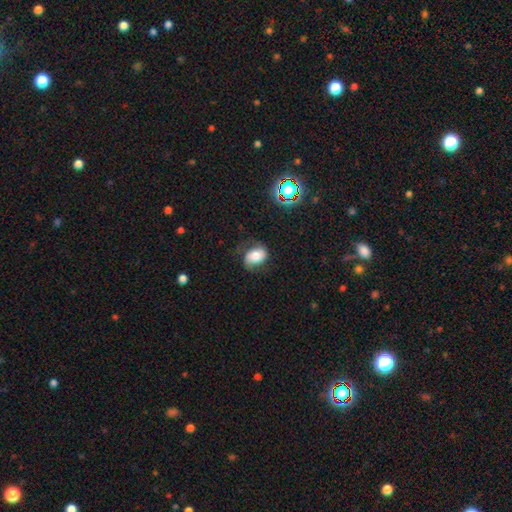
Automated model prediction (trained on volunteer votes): Smooth or featured: smooth — 59% (featured or disk — 30%)
How rounded: in between — 75% (round — 23%)
Merging: none — 57% (minor disturbance — 26%)